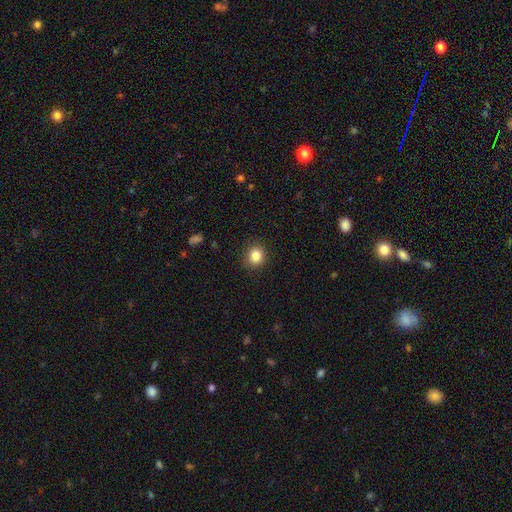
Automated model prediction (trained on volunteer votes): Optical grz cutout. It shows a smooth galaxy with no disk features (84%) that is round (80%). Merging: none (89%).